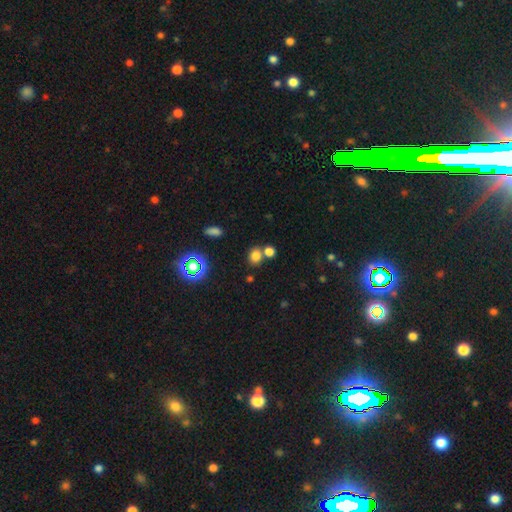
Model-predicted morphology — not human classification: Q: Smooth or featured?
A: smooth (75%); runner-up: star or artifact (18%)
Q: How rounded?
A: round (60%); runner-up: in between (39%)
Q: Merging?
A: none (59%); runner-up: merger (29%)